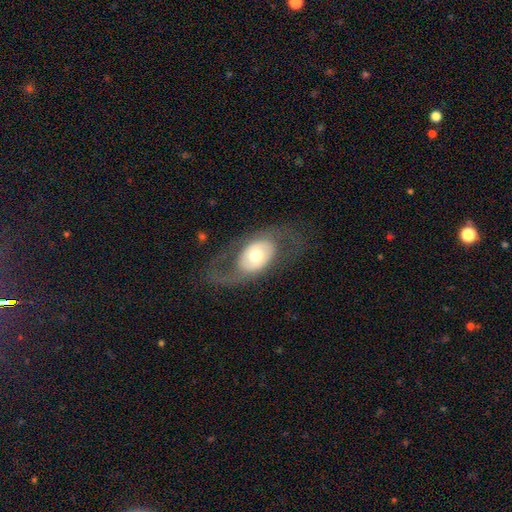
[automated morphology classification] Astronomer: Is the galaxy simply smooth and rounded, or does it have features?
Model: featured or disk — 62%.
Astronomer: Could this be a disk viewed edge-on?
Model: no — 90%.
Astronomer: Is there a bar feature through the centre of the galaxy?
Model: no — 78%.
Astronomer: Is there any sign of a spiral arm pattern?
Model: no — 55% (runner-up: yes, 45%).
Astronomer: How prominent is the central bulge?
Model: moderate — 66%.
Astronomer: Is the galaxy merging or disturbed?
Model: none — 67%.